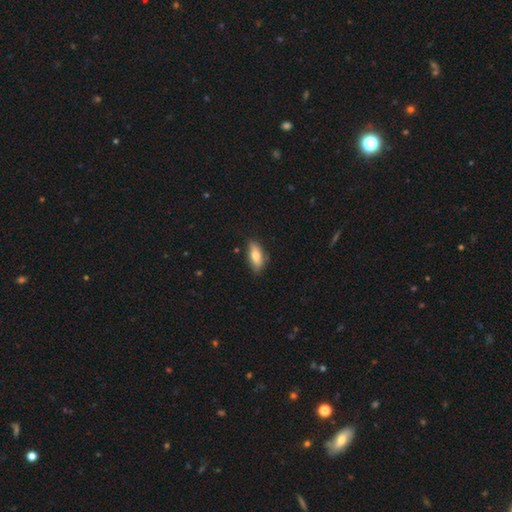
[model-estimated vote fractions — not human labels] Smooth or featured?
  - smooth: 74% *
  - featured or disk: 20%
  - star or artifact: 7%
How rounded?
  - in between: 76% *
  - cigar-shaped: 21%
  - round: 3%
Merging?
  - none: 78% *
  - minor disturbance: 17%
  - major disturbance: 3%
  - merger: 2%